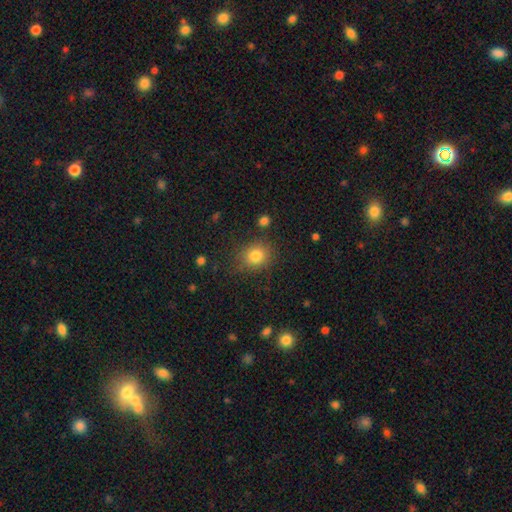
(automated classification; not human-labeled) smooth 82%, star or artifact 11%, featured or disk 7%. Down the decision tree: how rounded — round (75%); merging — none (81%).